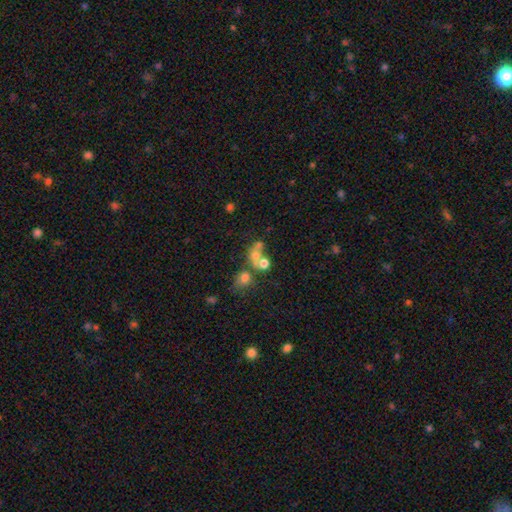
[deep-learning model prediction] smooth-or-featured: smooth: 53% | featured or disk: 25% | star or artifact: 22%
  how-rounded: round: 67% | in between: 32% | cigar-shaped: 2%
  merging: merger: 51% | none: 31% | major disturbance: 9% | minor disturbance: 8%